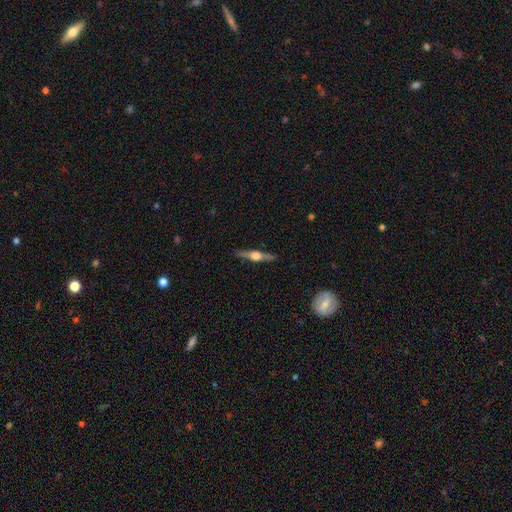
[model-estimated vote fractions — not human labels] Smooth or featured? featured or disk (76%)
Edge-on disk? yes (98%)
Edge-on bulge? rounded (94%)
Merging? none (90%)